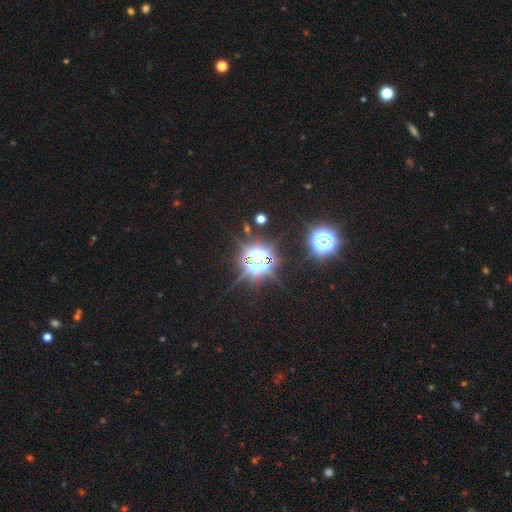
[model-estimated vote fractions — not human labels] A star or artifact, not a galaxy (81%).

Vote fractions:
- Smooth or featured? star or artifact: 81% / smooth: 14% / featured or disk: 5%